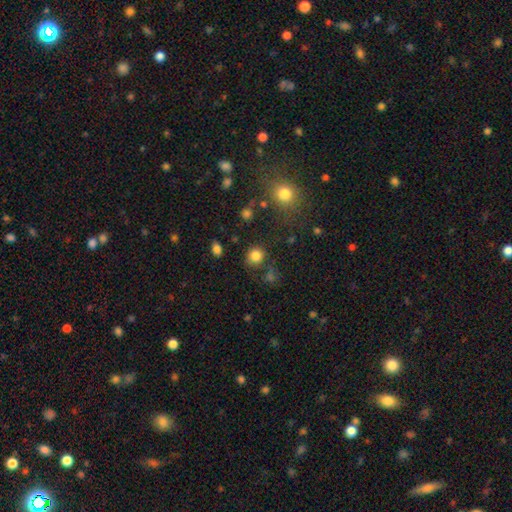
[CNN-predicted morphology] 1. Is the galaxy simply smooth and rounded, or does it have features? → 82% smooth, 13% star or artifact, 5% featured or disk.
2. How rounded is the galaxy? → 86% round, 14% in between, 1% cigar-shaped.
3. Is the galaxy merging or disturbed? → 76% none, 13% minor disturbance, 6% merger, 5% major disturbance.